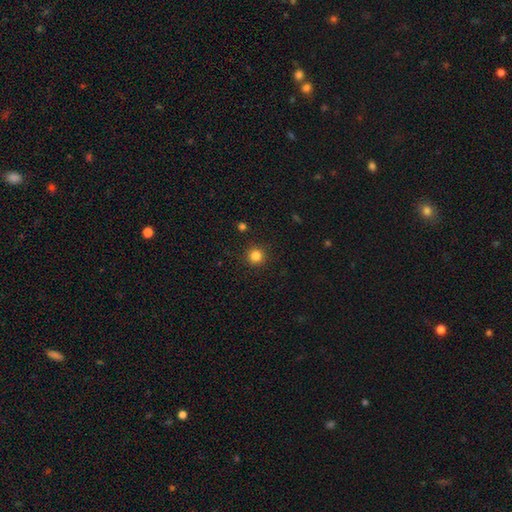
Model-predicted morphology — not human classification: Smooth or featured? smooth (83%)
How rounded? round (95%)
Merging? none (91%)